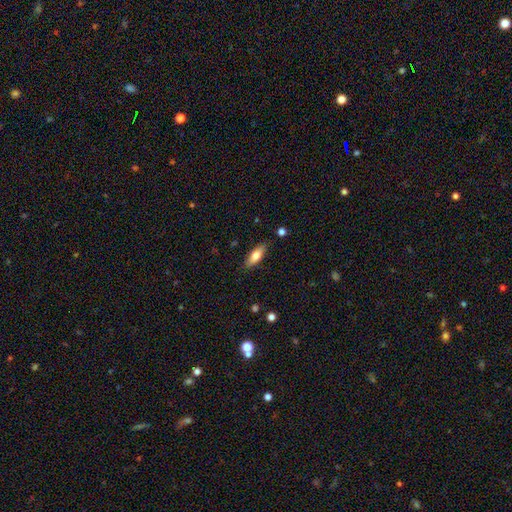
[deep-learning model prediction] smooth 70%, featured or disk 23%, star or artifact 6%. Down the decision tree: how rounded — in between (62%); merging — none (85%).